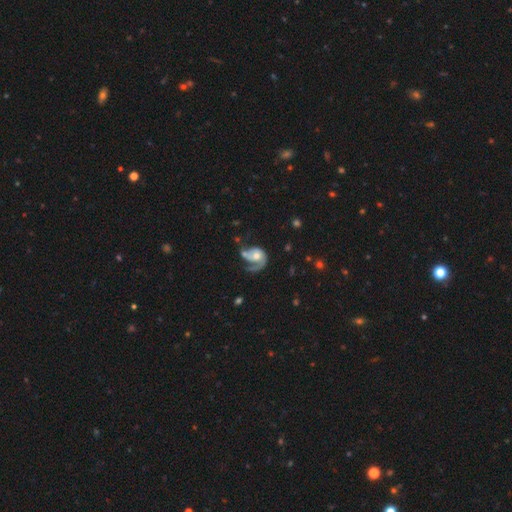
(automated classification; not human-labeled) smooth-or-featured: featured or disk: 76% | smooth: 18% | star or artifact: 6%
  disk-edge-on: no: 98% | yes: 2%
    bar: no: 74% | weak: 21% | strong: 5%
    has-spiral-arms: yes: 90% | no: 10%
      spiral-winding: medium: 38% | loose: 34% | tight: 28%
      spiral-arm-count: 1: 67% | 2: 23% | can't tell: 5% | 3: 2% | 4: 1% | more than 4: 1%
    bulge-size: moderate: 61% | small: 27% | large: 8% | none: 3% | dominant: 2%
  merging: major disturbance: 36% | none: 35% | minor disturbance: 19% | merger: 10%